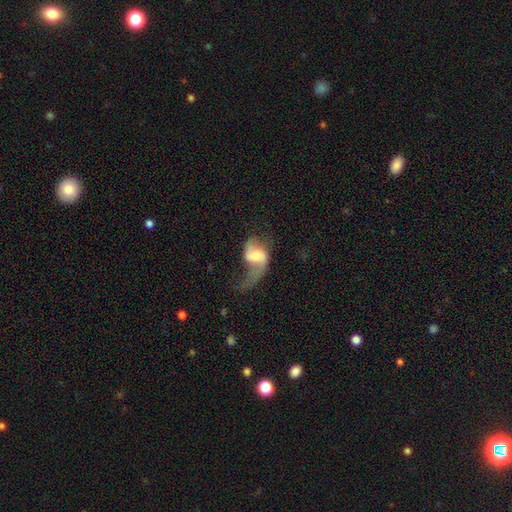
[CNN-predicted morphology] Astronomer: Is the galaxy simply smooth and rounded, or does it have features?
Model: featured or disk — 70%.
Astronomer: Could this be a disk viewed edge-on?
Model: no — 96%.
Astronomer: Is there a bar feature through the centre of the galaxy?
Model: weak — 45% (runner-up: no, 38%).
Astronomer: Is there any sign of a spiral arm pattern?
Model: yes — 89%.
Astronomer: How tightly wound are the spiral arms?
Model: loose — 78%.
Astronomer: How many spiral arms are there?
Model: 2 — 59% (runner-up: 1, 35%).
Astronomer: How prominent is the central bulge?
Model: moderate — 58%.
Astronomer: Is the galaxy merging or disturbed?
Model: major disturbance — 46% (runner-up: none, 30%).